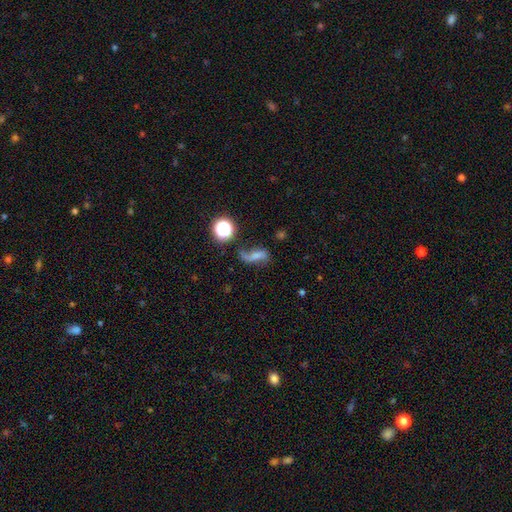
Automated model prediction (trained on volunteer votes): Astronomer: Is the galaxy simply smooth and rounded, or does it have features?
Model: featured or disk — 45% (runner-up: smooth, 37%).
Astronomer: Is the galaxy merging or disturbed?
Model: none — 44% (runner-up: major disturbance, 26%).